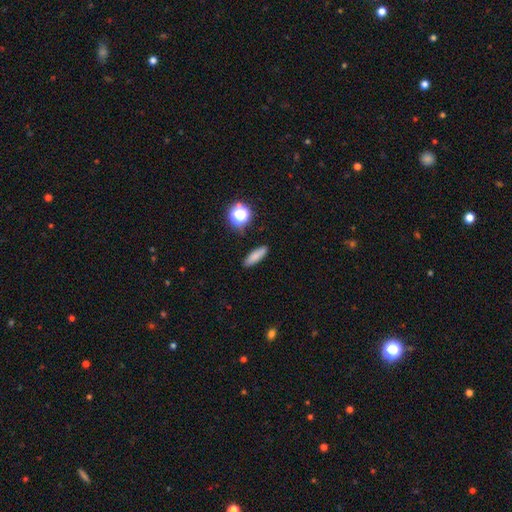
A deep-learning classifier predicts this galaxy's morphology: type=smooth (80%); roundness=cigar-shaped (55%); merging=none (87%).